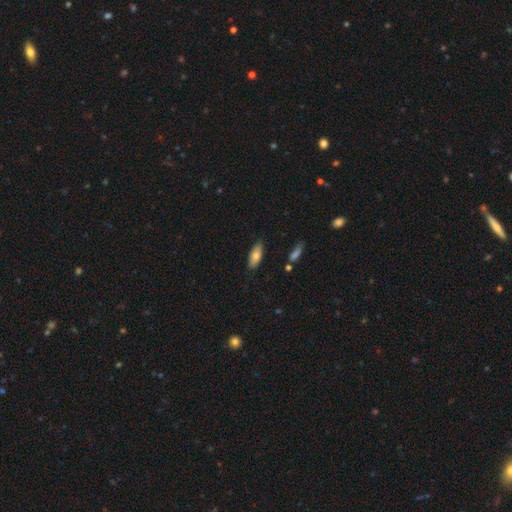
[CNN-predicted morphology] The model was most divided on "smooth or featured": smooth: 74%, featured or disk: 20%, star or artifact: 7%. More confident: how rounded — in between (82%); merging — none (81%).